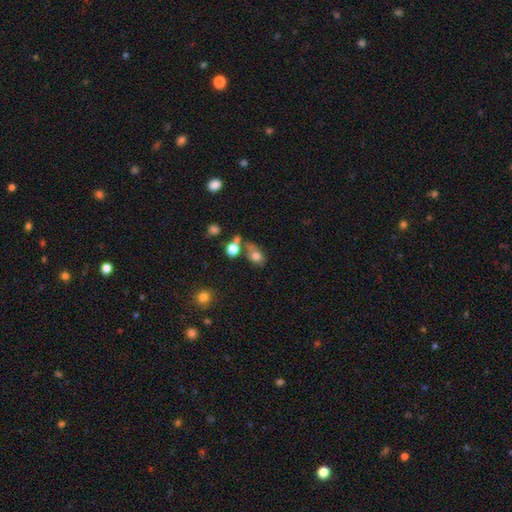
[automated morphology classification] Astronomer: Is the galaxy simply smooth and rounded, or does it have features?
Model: smooth — 73%.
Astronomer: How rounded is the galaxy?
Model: in between — 70%.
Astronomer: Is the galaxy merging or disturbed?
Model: none — 46% (runner-up: merger, 23%).